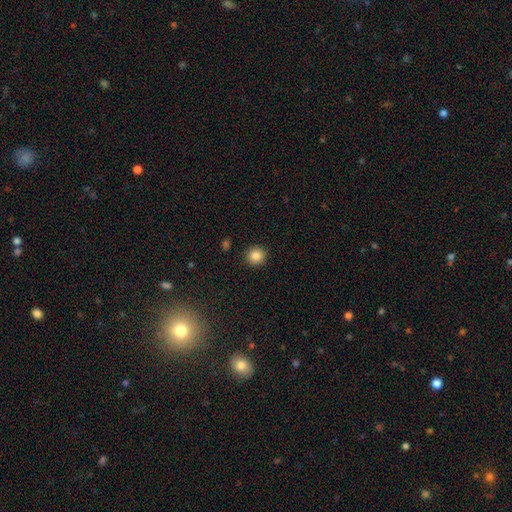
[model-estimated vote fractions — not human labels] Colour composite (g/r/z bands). It shows a smooth galaxy with no disk features (85%) that is round (91%). Merging: none (91%).